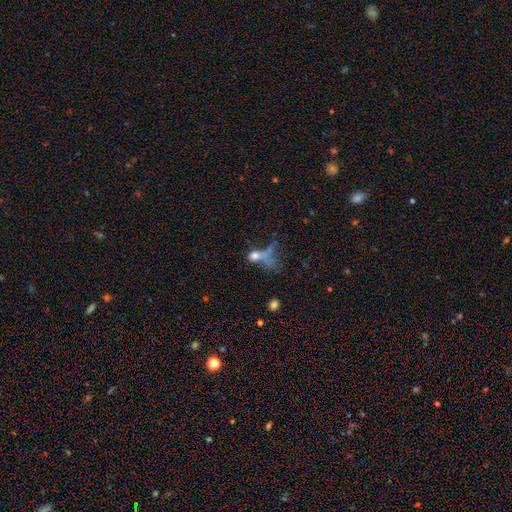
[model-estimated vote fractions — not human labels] Smooth or featured? Predicted: smooth (p=0.54). How rounded? Predicted: in between (p=0.54). Merging? Predicted: major disturbance (p=0.39).